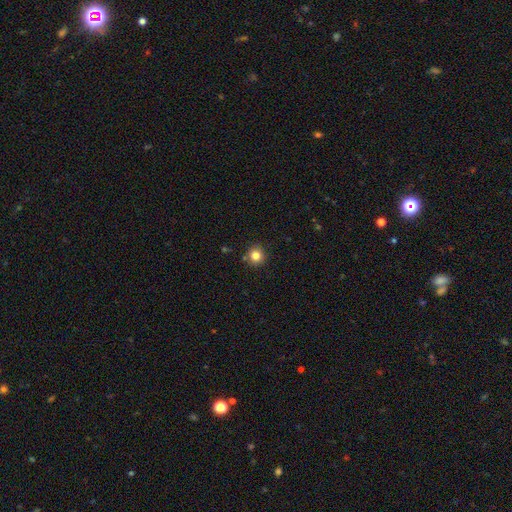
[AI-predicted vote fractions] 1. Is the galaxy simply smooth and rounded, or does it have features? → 82% smooth, 12% star or artifact, 6% featured or disk.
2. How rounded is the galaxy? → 92% round, 7% in between, 1% cigar-shaped.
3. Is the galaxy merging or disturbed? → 85% none, 9% minor disturbance, 4% merger, 2% major disturbance.